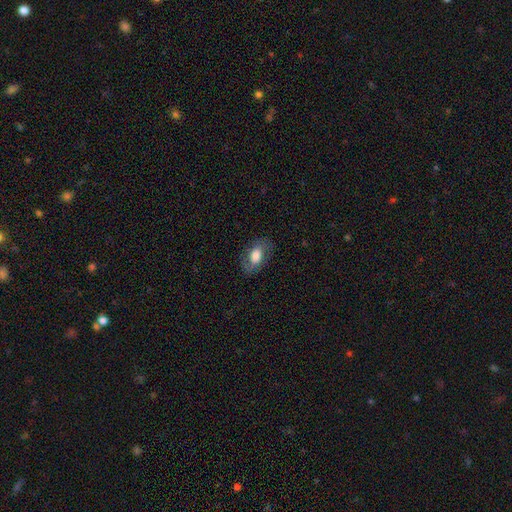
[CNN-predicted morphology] Smooth or featured? Predicted: smooth (p=0.62). How rounded? Predicted: in between (p=0.88). Merging? Predicted: none (p=0.76).